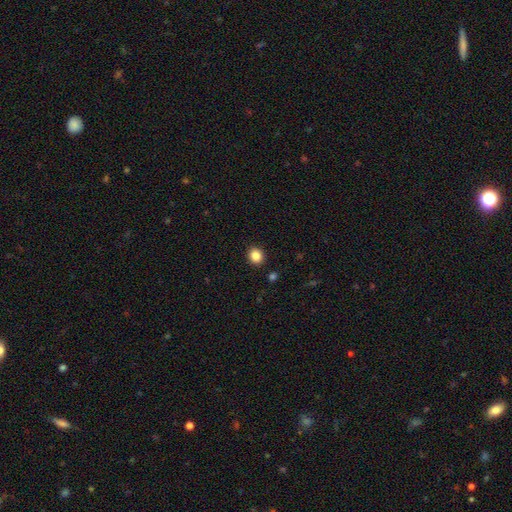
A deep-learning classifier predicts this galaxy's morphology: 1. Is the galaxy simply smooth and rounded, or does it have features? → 86% smooth, 10% star or artifact, 4% featured or disk.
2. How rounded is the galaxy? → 73% round, 26% in between, 1% cigar-shaped.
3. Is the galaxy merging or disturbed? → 91% none, 6% minor disturbance, 2% major disturbance, 2% merger.